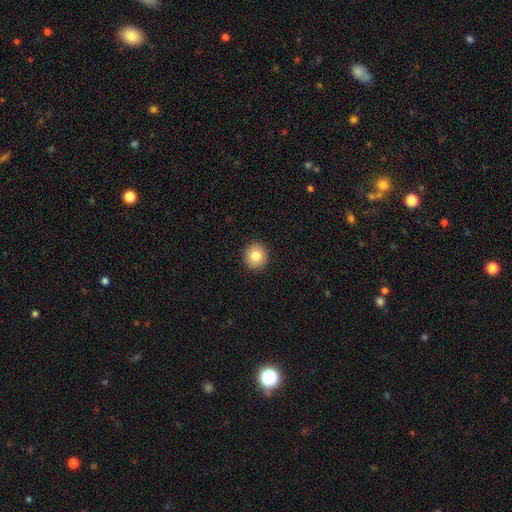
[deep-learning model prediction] Smooth or featured?
  - smooth: 81% *
  - featured or disk: 9%
  - star or artifact: 9%
How rounded?
  - round: 93% *
  - in between: 7%
  - cigar-shaped: 1%
Merging?
  - none: 93% *
  - minor disturbance: 5%
  - major disturbance: 1%
  - merger: 1%